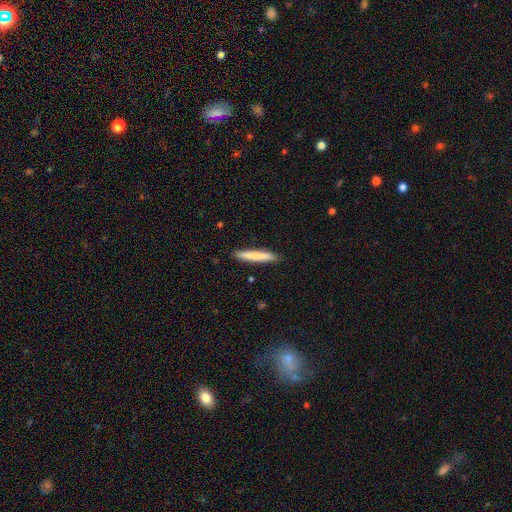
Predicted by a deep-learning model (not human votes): smooth-or-featured: smooth: 77% | featured or disk: 18% | star or artifact: 5%
  how-rounded: cigar-shaped: 93% | in between: 5% | round: 1%
  merging: none: 90% | minor disturbance: 8% | major disturbance: 1% | merger: 1%